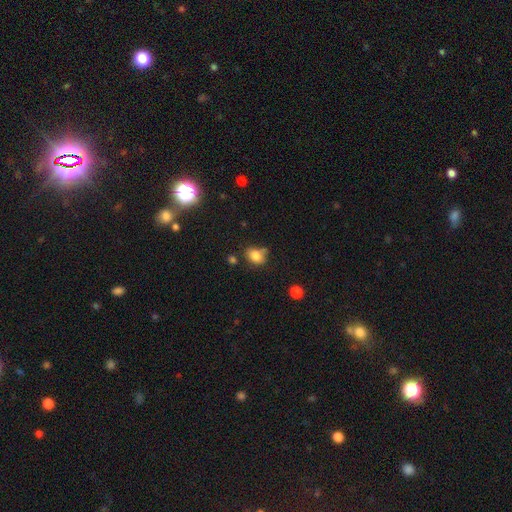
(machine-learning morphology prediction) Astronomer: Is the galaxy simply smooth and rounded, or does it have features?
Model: smooth — 81%.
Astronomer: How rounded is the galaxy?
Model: in between — 61% (runner-up: round, 38%).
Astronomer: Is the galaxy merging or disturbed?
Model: none — 60%.